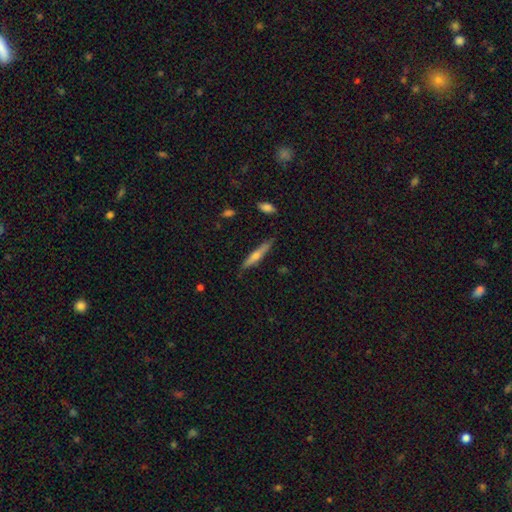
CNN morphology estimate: type=featured or disk (52%); edge-on=yes (95%); merging=none (85%).